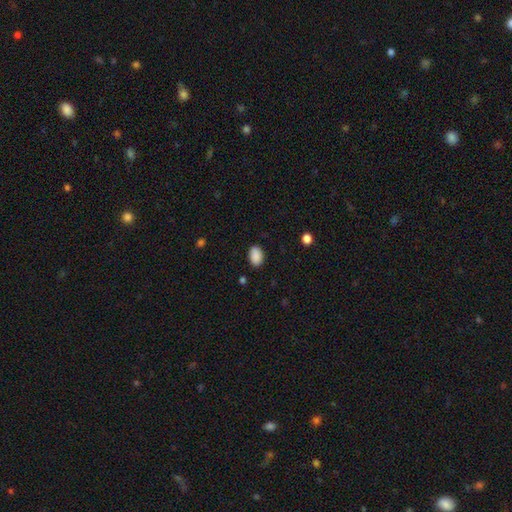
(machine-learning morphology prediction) A smooth galaxy with no disk features (89%) that is in between round and cigar-shaped (89%). Merging: none (85%).